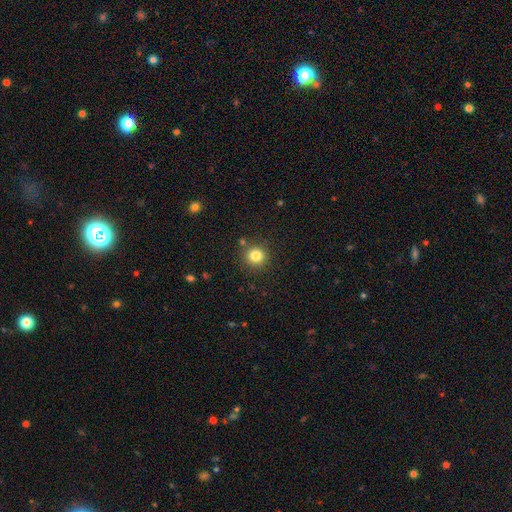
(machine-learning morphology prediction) type=smooth (81%); roundness=round (93%); merging=none (86%).